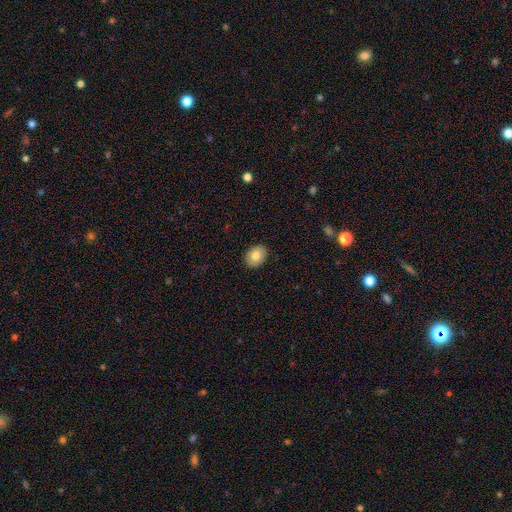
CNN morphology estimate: A smooth galaxy with no disk features (80%) that is in between round and cigar-shaped (56%).

Vote fractions:
- Smooth or featured? smooth: 80% / featured or disk: 12% / star or artifact: 8%
- How rounded? in between: 56% / round: 43% / cigar-shaped: 1%
- Merging? none: 90% / minor disturbance: 7% / major disturbance: 2% / merger: 1%